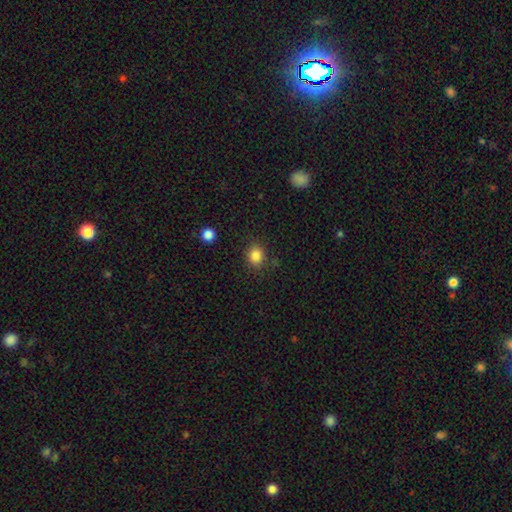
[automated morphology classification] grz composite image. It shows a smooth galaxy with no disk features (85%) that is round (70%). Merging: none (83%).